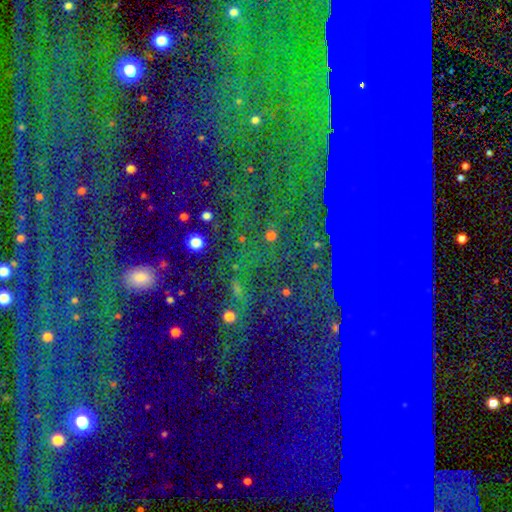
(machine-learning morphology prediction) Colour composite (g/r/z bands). It shows a star or artifact, not a galaxy (79%).